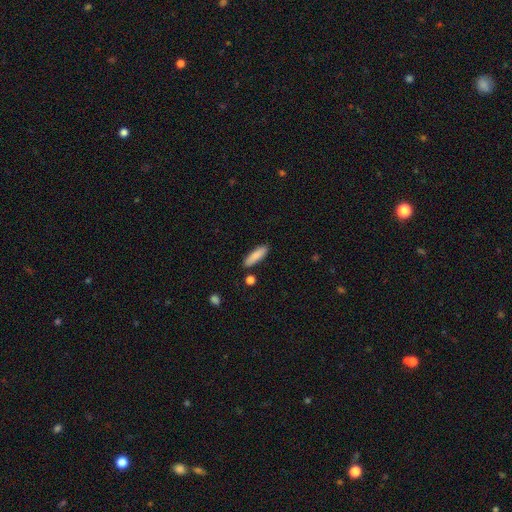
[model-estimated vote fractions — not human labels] Smooth or featured?
  - smooth: 85% *
  - featured or disk: 9%
  - star or artifact: 6%
How rounded?
  - cigar-shaped: 59% *
  - in between: 40%
  - round: 2%
Merging?
  - none: 86% *
  - minor disturbance: 9%
  - merger: 3%
  - major disturbance: 2%